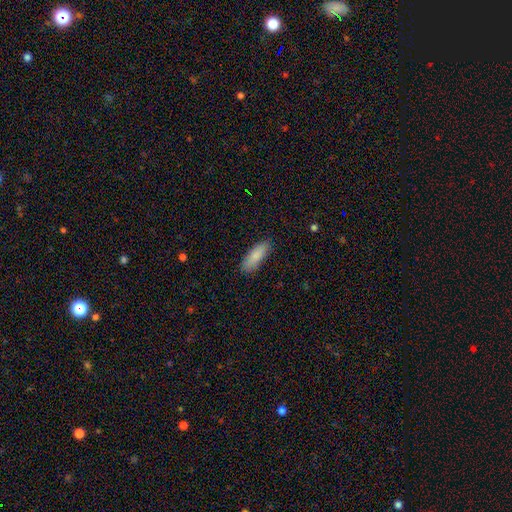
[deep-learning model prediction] Q: Smooth or featured?
A: smooth (86%); runner-up: featured or disk (8%)
Q: How rounded?
A: in between (59%); runner-up: cigar-shaped (39%)
Q: Merging?
A: none (84%); runner-up: minor disturbance (13%)